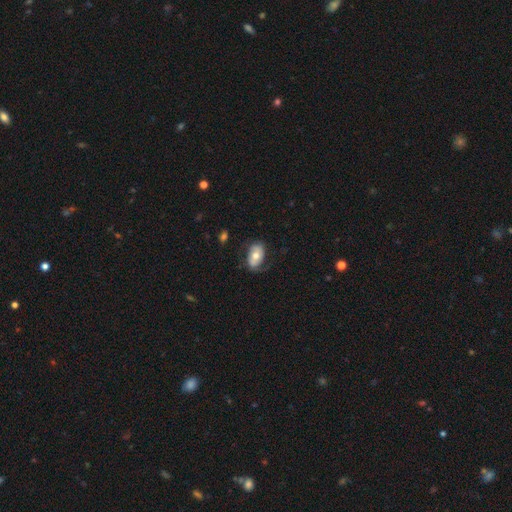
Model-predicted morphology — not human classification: type=featured or disk (47%); merging=none (62%).